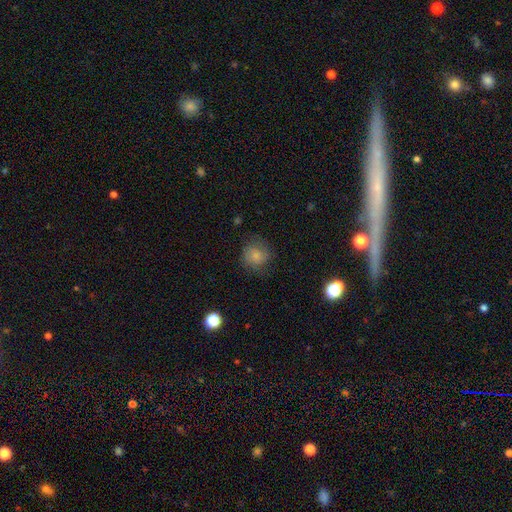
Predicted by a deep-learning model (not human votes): smooth_or_featured: smooth (p=0.72) [alt: featured or disk p=0.18]
how_rounded: round (p=0.86) [alt: in between p=0.13]
merging: none (p=0.72) [alt: minor disturbance p=0.19]